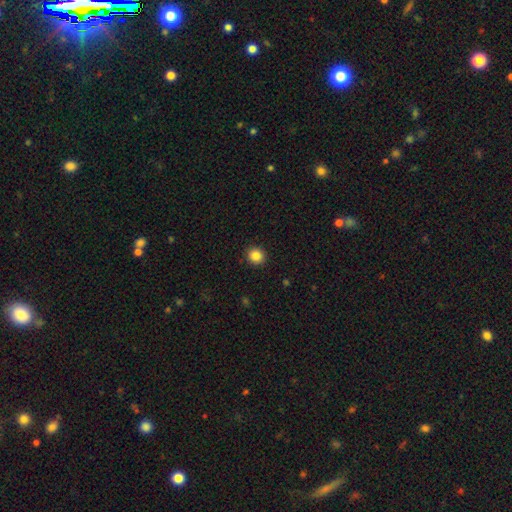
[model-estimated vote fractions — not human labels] A smooth galaxy with no disk features (85%) that is round (88%).

Vote fractions:
- Smooth or featured? smooth: 85% / star or artifact: 10% / featured or disk: 4%
- How rounded? round: 88% / in between: 11% / cigar-shaped: 1%
- Merging? none: 93% / minor disturbance: 5% / major disturbance: 2% / merger: 1%